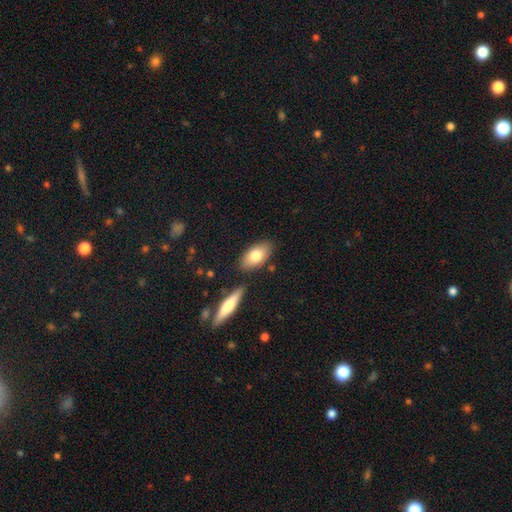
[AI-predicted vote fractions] Smooth or featured? Predicted: smooth (p=0.77). How rounded? Predicted: in between (p=0.90). Merging? Predicted: none (p=0.79).